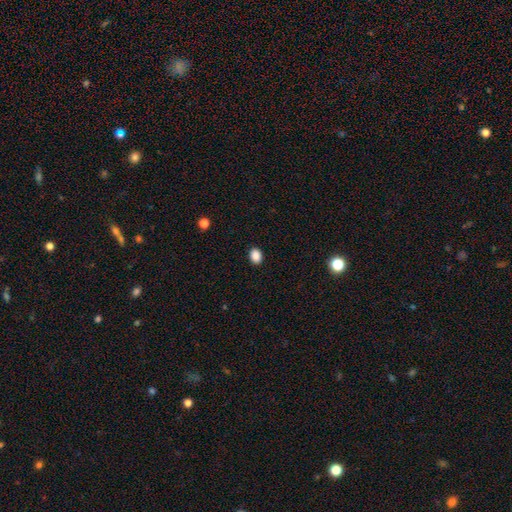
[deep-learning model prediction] A smooth galaxy with no disk features (88%) that is in between round and cigar-shaped (64%).

Vote fractions:
- Smooth or featured? smooth: 88% / star or artifact: 9% / featured or disk: 3%
- How rounded? in between: 64% / round: 35% / cigar-shaped: 1%
- Merging? none: 90% / minor disturbance: 7% / major disturbance: 2% / merger: 1%